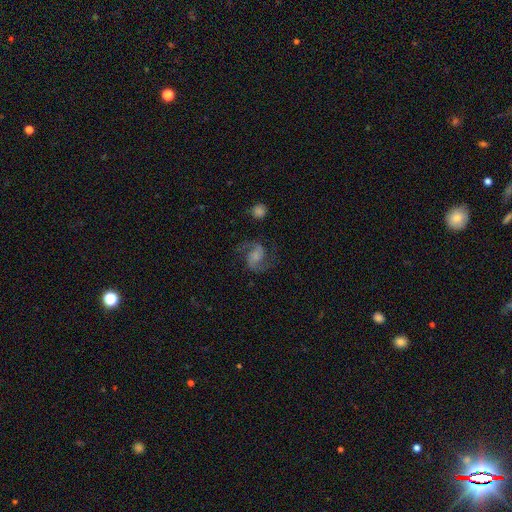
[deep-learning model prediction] smooth_or_featured: featured or disk (p=0.85) [alt: smooth p=0.09]
disk_edge_on: no (p=0.98) [alt: yes p=0.02]
bar: no (p=0.54) [alt: weak p=0.37]
has_spiral_arms: yes (p=0.97) [alt: no p=0.03]
spiral_winding: medium (p=0.56) [alt: loose p=0.32]
spiral_arm_count: 2 (p=0.93) [alt: can't tell p=0.02]
bulge_size: small (p=0.34) [alt: none p=0.32]
merging: none (p=0.73) [alt: minor disturbance p=0.15]